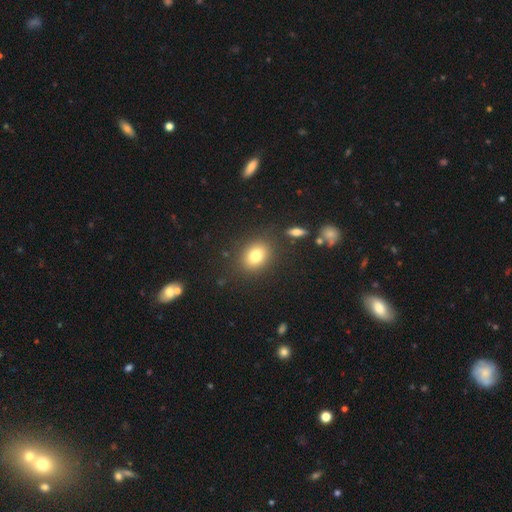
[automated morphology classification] A smooth galaxy with no disk features (79%) that is in between round and cigar-shaped (49%, tied with round).

Vote fractions:
- Smooth or featured? smooth: 79% / star or artifact: 11% / featured or disk: 10%
- How rounded? in between: 49% (tied) / round: 49% (tied) / cigar-shaped: 1%
- Merging? none: 84% / minor disturbance: 9% / major disturbance: 4% / merger: 3%